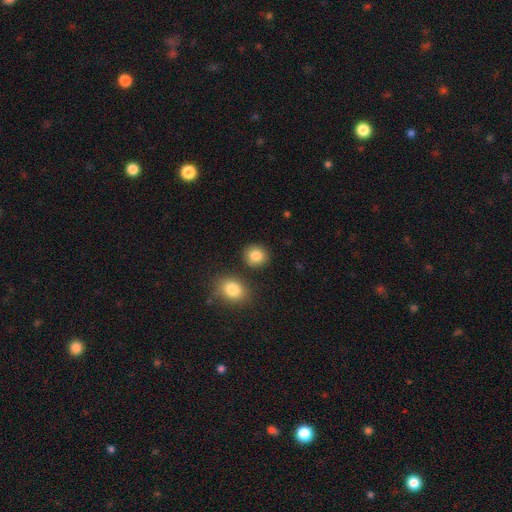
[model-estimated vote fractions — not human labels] smooth 85%, star or artifact 9%, featured or disk 6%. Down the decision tree: how rounded — round (81%); merging — none (83%).